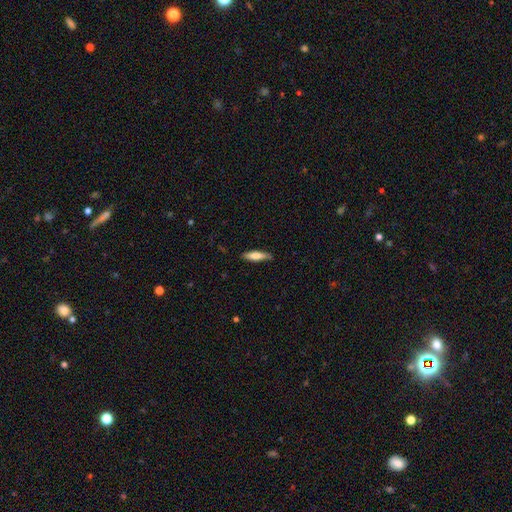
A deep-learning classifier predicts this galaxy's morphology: A smooth galaxy with no disk features (75%) that is cigar-shaped (67%). Merging: none (79%).